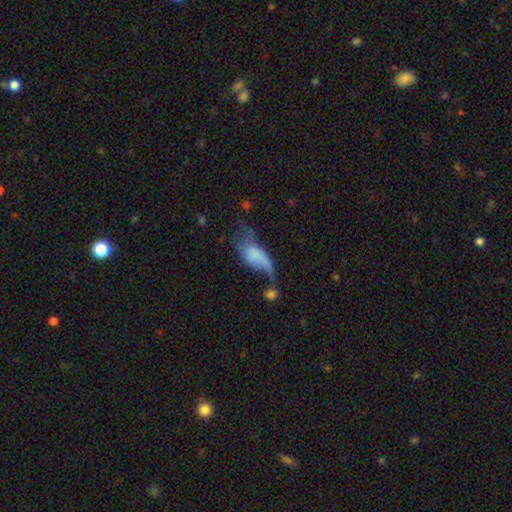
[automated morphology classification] Smooth or featured? smooth (57%)
How rounded? in between (84%)
Merging? major disturbance (46%)